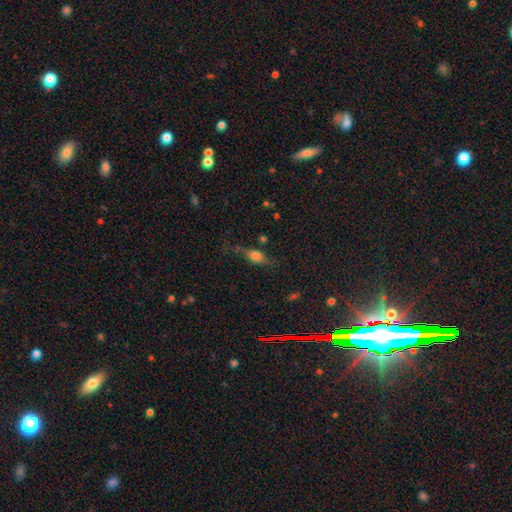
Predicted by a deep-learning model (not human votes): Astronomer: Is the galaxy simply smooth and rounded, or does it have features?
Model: smooth — 64%.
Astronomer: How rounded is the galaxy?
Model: in between — 70%.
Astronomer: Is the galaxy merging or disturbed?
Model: none — 56%.